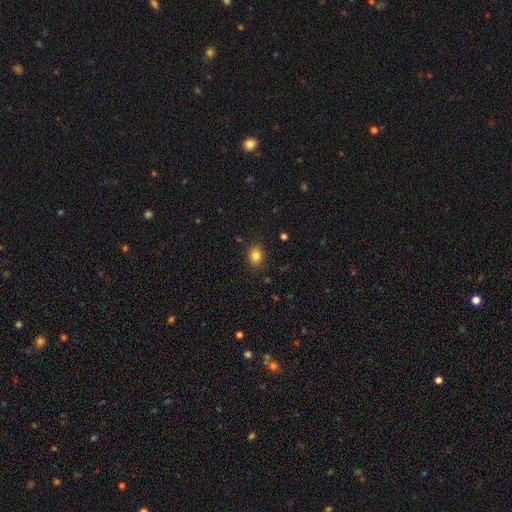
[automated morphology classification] type=smooth (84%); roundness=in between (55%); merging=none (87%).